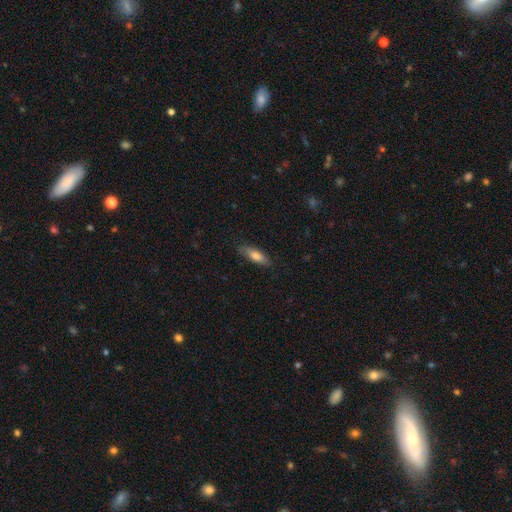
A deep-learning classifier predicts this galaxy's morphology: Q: Smooth or featured?
A: smooth (77%); runner-up: featured or disk (17%)
Q: How rounded?
A: in between (57%); runner-up: cigar-shaped (41%)
Q: Merging?
A: none (82%); runner-up: minor disturbance (14%)